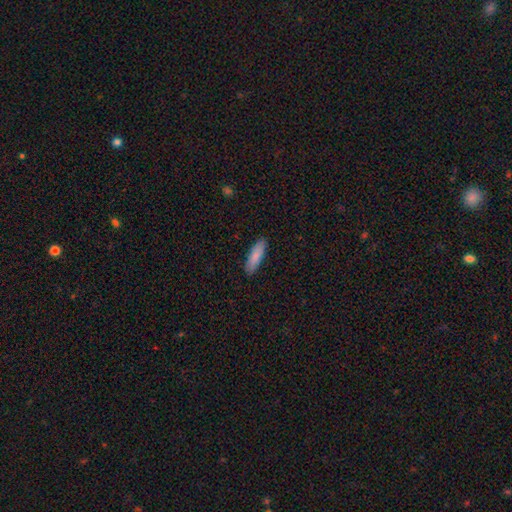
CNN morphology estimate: smooth-or-featured: smooth: 86% | featured or disk: 8% | star or artifact: 6%
  how-rounded: cigar-shaped: 61% | in between: 37% | round: 2%
  merging: none: 90% | minor disturbance: 8% | major disturbance: 2% | merger: 1%